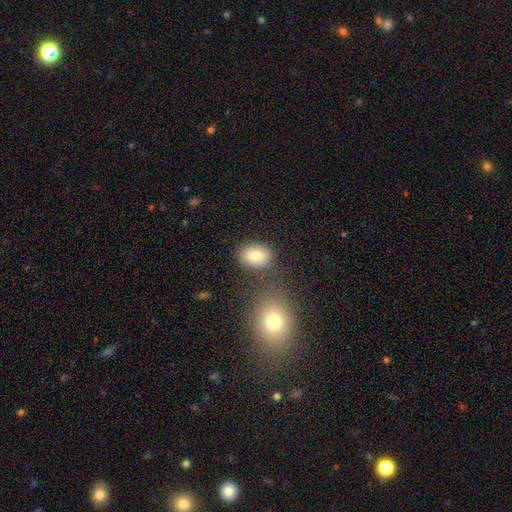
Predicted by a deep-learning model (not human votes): Smooth or featured: smooth — 80% (featured or disk — 10%)
How rounded: in between — 69% (round — 29%)
Merging: none — 76% (minor disturbance — 11%)